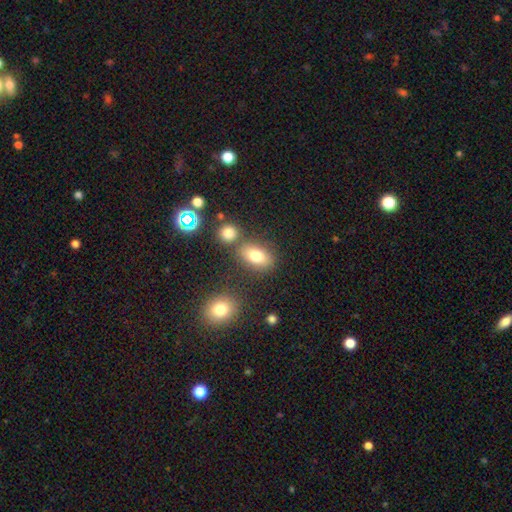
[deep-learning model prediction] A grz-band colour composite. It shows a smooth galaxy with no disk features (77%) that is in between round and cigar-shaped (76%). Merging: none (71%).